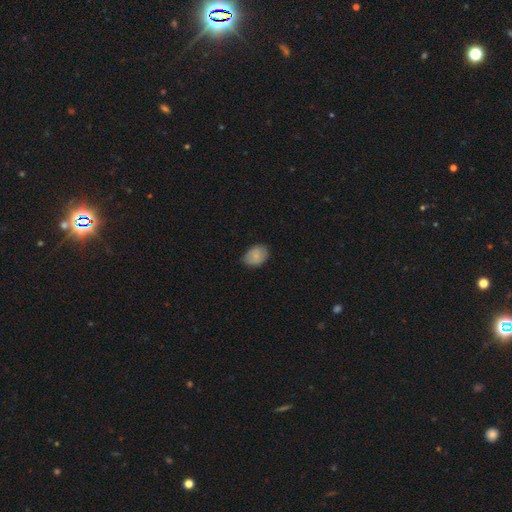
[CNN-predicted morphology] Smooth or featured?
  - smooth: 83% *
  - featured or disk: 10%
  - star or artifact: 7%
How rounded?
  - in between: 74% *
  - round: 25%
  - cigar-shaped: 1%
Merging?
  - none: 73% *
  - minor disturbance: 22%
  - major disturbance: 3%
  - merger: 1%